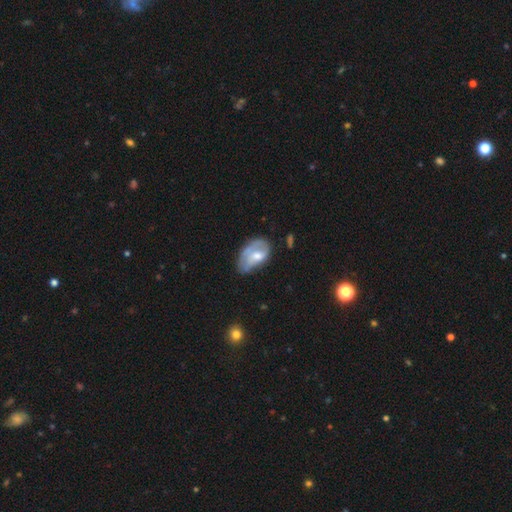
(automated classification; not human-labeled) Q: Smooth or featured?
A: smooth (48%); runner-up: featured or disk (46%)
Q: Merging?
A: none (36%); tied with: minor disturbance (36%)